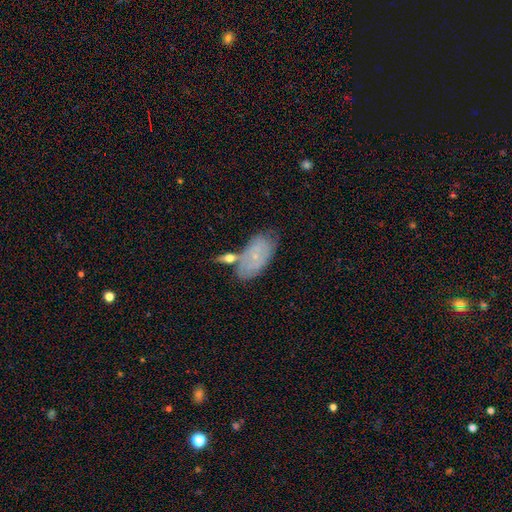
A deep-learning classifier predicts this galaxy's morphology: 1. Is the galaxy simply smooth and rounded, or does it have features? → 50% smooth, 41% featured or disk, 8% star or artifact.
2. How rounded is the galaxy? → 91% in between, 5% round, 4% cigar-shaped.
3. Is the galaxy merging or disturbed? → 53% none, 22% minor disturbance, 18% merger, 7% major disturbance.